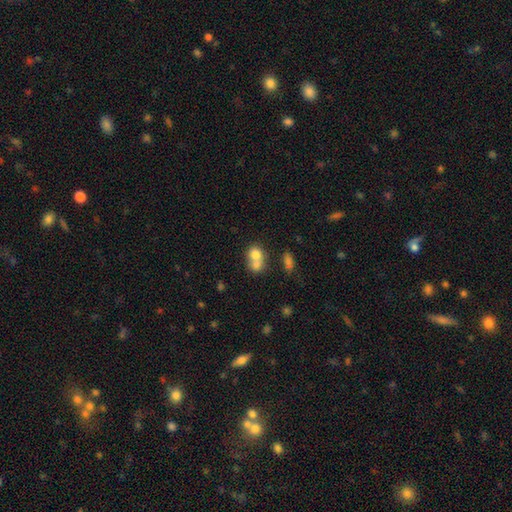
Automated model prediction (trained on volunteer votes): smooth 75%, featured or disk 16%, star or artifact 10%. Down the decision tree: how rounded — round (60%); merging — merger (65%).